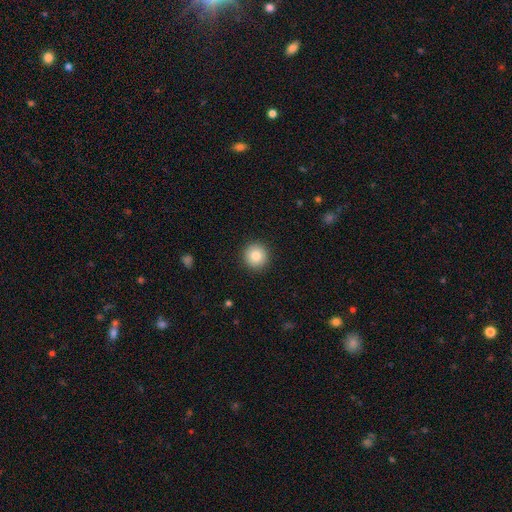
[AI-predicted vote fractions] This is clearly a smooth galaxy (84%). How rounded: clearly round (95%). Merging: clearly none (92%).